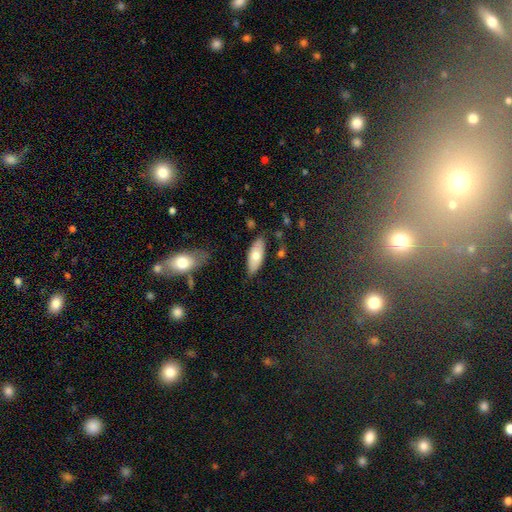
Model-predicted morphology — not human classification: The model was most divided on "smooth or featured": smooth: 70%, featured or disk: 24%, star or artifact: 6%. More confident: how rounded — in between (79%); merging — none (78%).